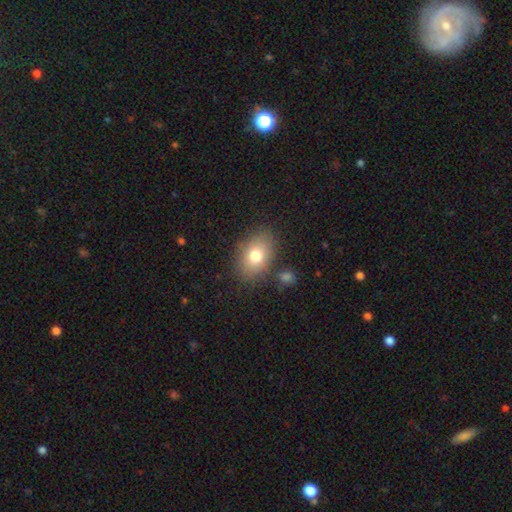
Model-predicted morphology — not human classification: smooth 77%, featured or disk 14%, star or artifact 9%. Down the decision tree: how rounded — in between (80%); merging — none (79%).